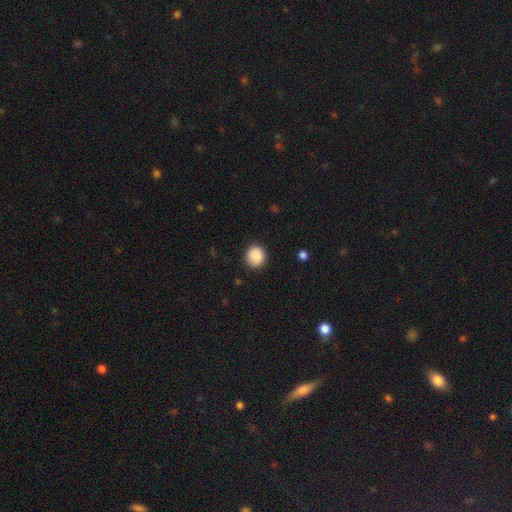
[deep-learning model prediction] Smooth or featured? Predicted: smooth (p=0.89). How rounded? Predicted: round (p=0.83). Merging? Predicted: none (p=0.87).